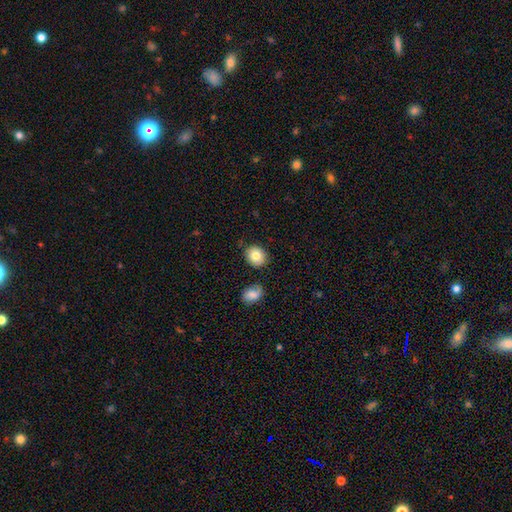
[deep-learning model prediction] smooth_or_featured: smooth (p=0.82) [alt: featured or disk p=0.10]
how_rounded: round (p=0.75) [alt: in between p=0.24]
merging: none (p=0.83) [alt: minor disturbance p=0.11]